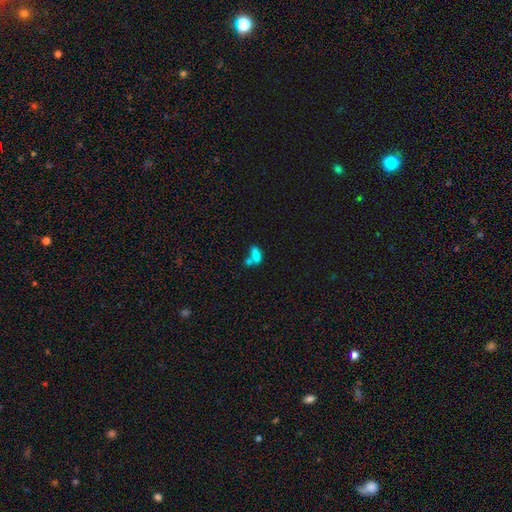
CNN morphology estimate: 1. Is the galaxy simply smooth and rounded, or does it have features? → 76% smooth, 12% star or artifact, 12% featured or disk.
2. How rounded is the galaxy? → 77% in between, 16% cigar-shaped, 6% round.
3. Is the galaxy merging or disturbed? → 53% merger, 29% none, 11% minor disturbance, 7% major disturbance.